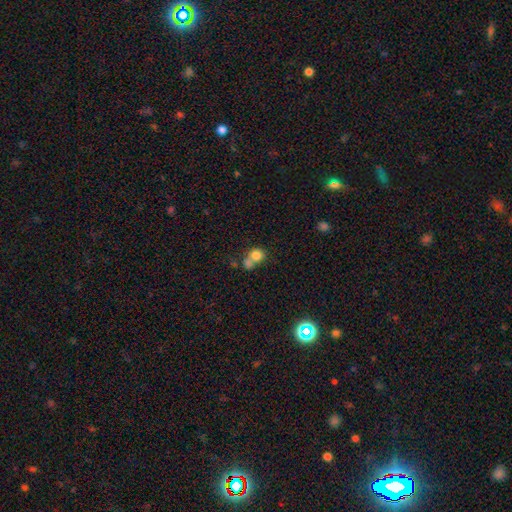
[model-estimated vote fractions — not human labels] Morphology: type=smooth (78%); roundness=round (75%); merging=merger (53%).